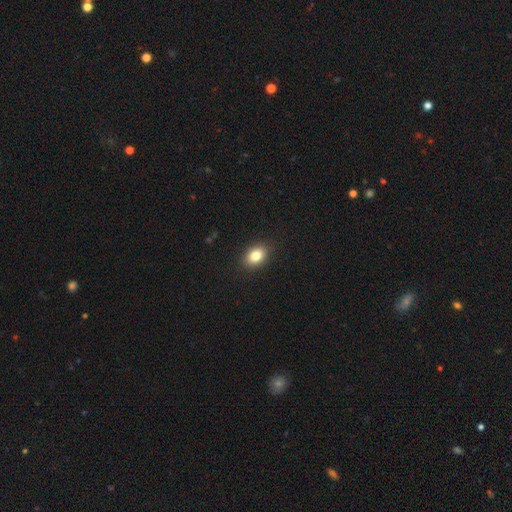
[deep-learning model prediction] Smooth or featured? smooth (83%)
How rounded? in between (80%)
Merging? none (89%)